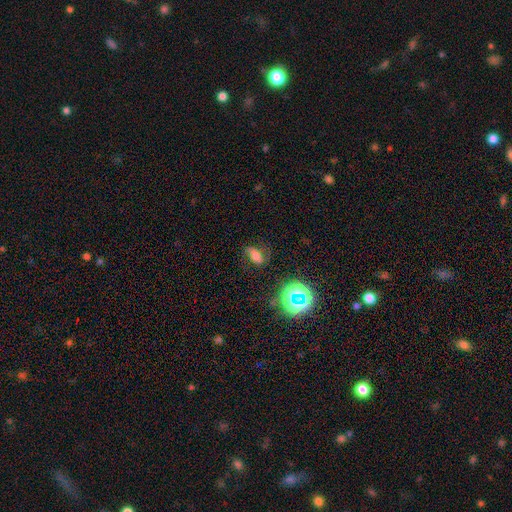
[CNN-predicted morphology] This appears to be a smooth galaxy with no disk features (41%). Merging: none (61%).